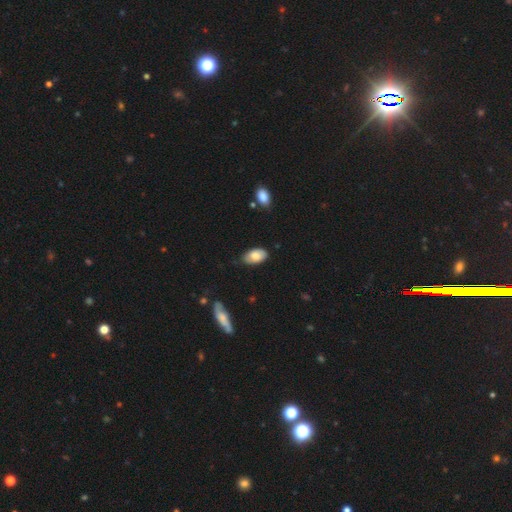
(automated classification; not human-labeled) Overall: smooth (78%). How rounded: in between (95%). Merging: none (73%).